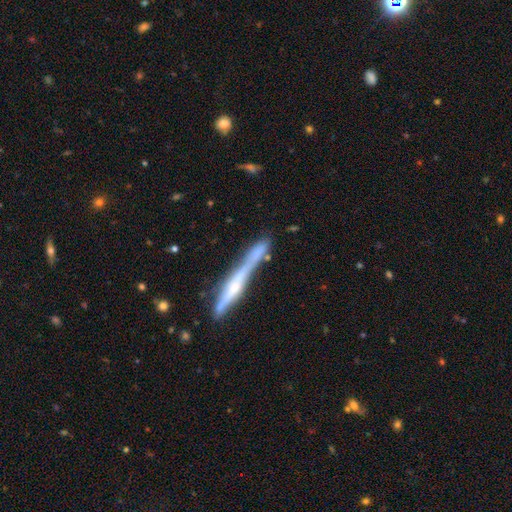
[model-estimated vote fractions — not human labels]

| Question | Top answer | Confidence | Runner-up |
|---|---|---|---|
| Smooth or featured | featured or disk | 49% | smooth (43%) |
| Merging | none | 56% | minor disturbance (20%) |